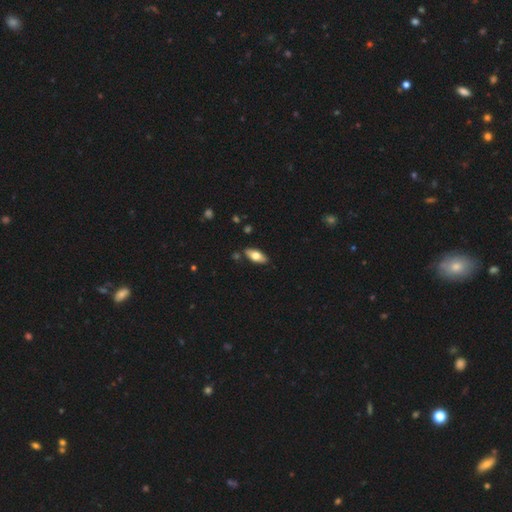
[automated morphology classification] Smooth or featured: smooth — 66% (featured or disk — 28%)
How rounded: in between — 84% (cigar-shaped — 13%)
Merging: none — 85% (minor disturbance — 11%)